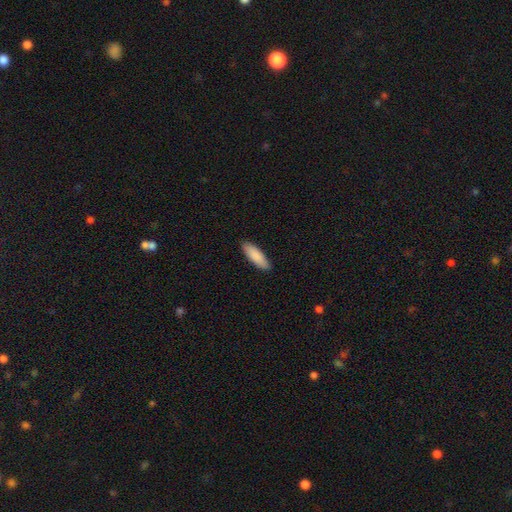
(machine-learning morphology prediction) Smooth or featured: smooth — 89% (featured or disk — 6%)
How rounded: in between — 53% (cigar-shaped — 46%)
Merging: none — 89% (minor disturbance — 9%)